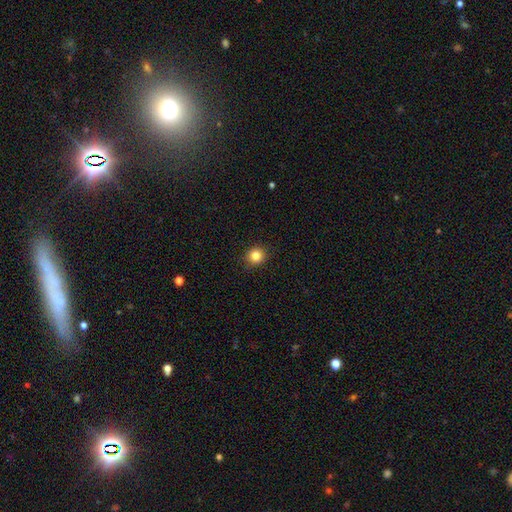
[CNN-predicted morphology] A smooth galaxy with no disk features (83%) that is round (89%).

Vote fractions:
- Smooth or featured? smooth: 83% / star or artifact: 12% / featured or disk: 5%
- How rounded? round: 89% / in between: 10% / cigar-shaped: 1%
- Merging? none: 91% / minor disturbance: 6% / major disturbance: 2% / merger: 1%